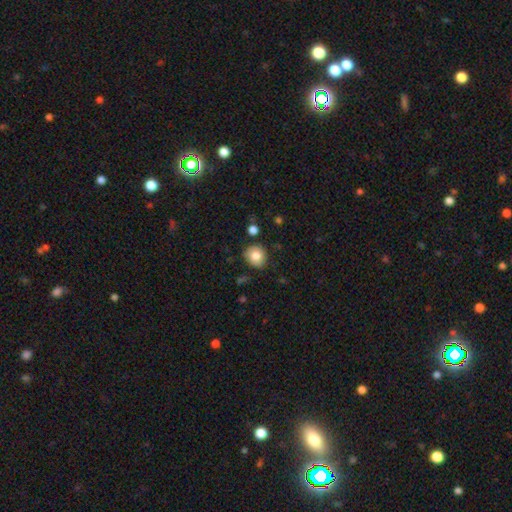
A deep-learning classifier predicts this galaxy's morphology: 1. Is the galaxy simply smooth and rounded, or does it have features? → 82% smooth, 9% star or artifact, 9% featured or disk.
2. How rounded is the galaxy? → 78% round, 21% in between, 1% cigar-shaped.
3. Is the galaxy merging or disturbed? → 81% none, 13% minor disturbance, 3% merger, 3% major disturbance.